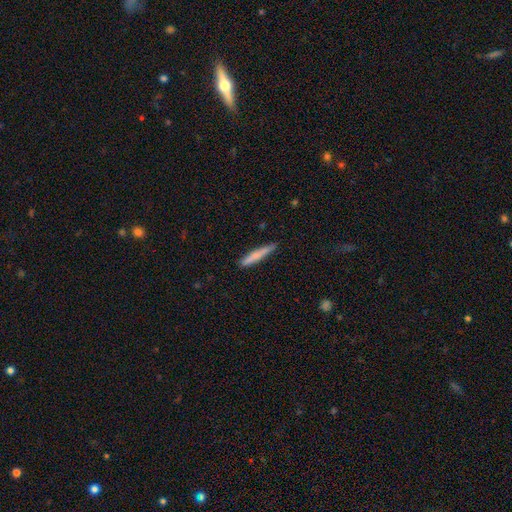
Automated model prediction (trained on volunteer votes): Smooth or featured: smooth — 72% (featured or disk — 23%)
How rounded: cigar-shaped — 94% (in between — 5%)
Merging: none — 82% (minor disturbance — 14%)